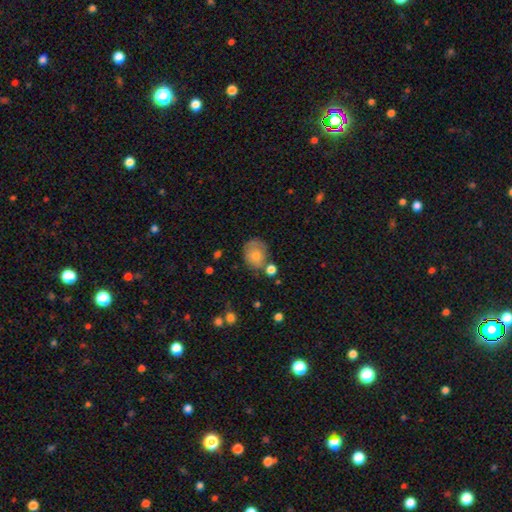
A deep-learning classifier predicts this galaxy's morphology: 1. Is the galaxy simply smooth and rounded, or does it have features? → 69% smooth, 22% featured or disk, 10% star or artifact.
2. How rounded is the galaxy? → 63% round, 36% in between, 1% cigar-shaped.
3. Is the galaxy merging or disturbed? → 59% none, 24% minor disturbance, 9% merger, 8% major disturbance.